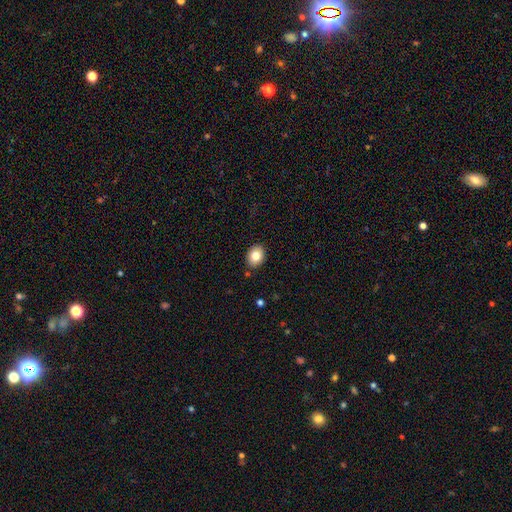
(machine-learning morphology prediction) smooth 81%, featured or disk 10%, star or artifact 9%. Down the decision tree: how rounded — in between (62%); merging — none (88%).